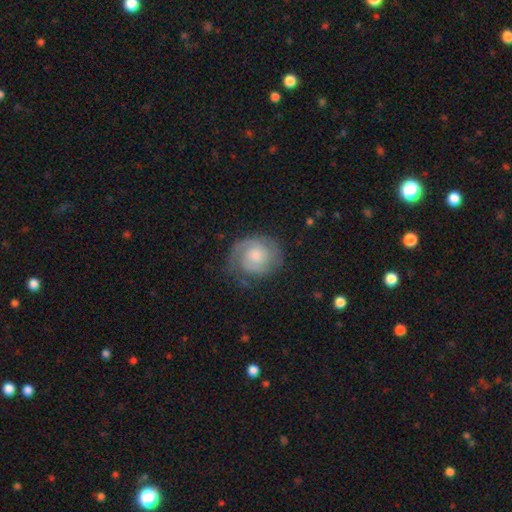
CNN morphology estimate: Q: Smooth or featured?
A: featured or disk (72%); runner-up: smooth (22%)
Q: Edge-on disk?
A: no (98%); runner-up: yes (2%)
Q: Bar?
A: no (69%); runner-up: weak (27%)
Q: Spiral arms?
A: yes (93%); runner-up: no (7%)
Q: Spiral winding?
A: tight (59%); runner-up: medium (32%)
Q: Spiral arm count?
A: 2 (54%); runner-up: can't tell (18%)
Q: Bulge size?
A: moderate (42%); runner-up: small (37%)
Q: Merging?
A: none (68%); runner-up: minor disturbance (20%)